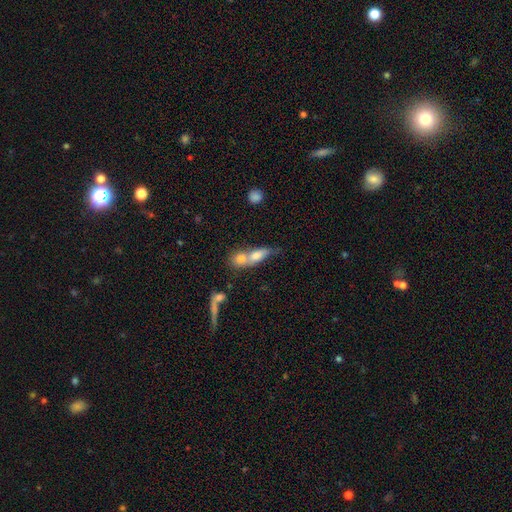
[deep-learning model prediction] Smooth or featured? smooth (63%)
How rounded? in between (52%)
Merging? merger (64%)